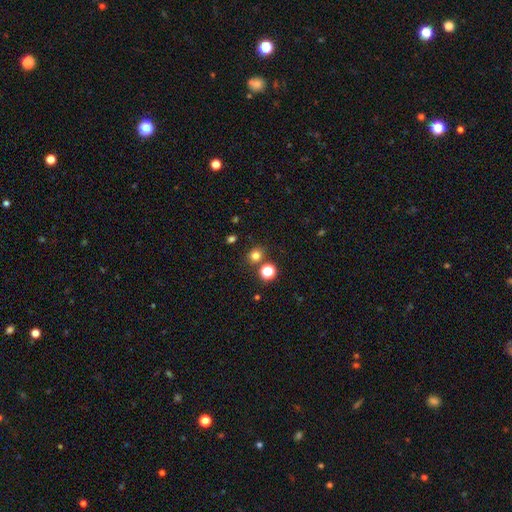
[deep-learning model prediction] This is likely a smooth galaxy (77%). How rounded: likely round (79%). Merging: likely none (79%).